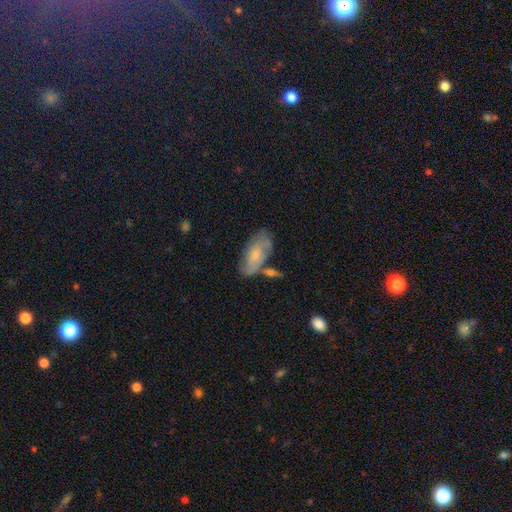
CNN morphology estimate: This appears to be a smooth galaxy with no disk features (58%) that is in between round and cigar-shaped (88%). Merging: none (53%).